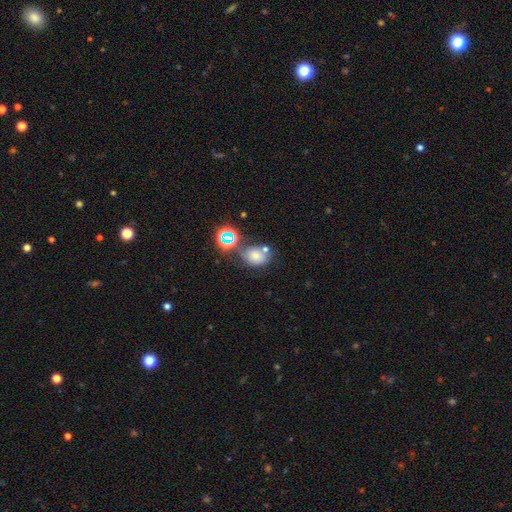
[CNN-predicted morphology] Overall: smooth (62%). How rounded: in between (51%; round 48%). Merging: none (47%; merger 25%).